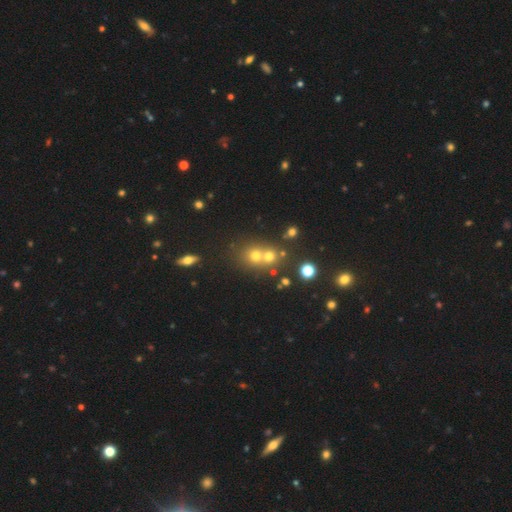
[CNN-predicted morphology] A smooth galaxy with no disk features (65%) that is round (80%).

Vote fractions:
- Smooth or featured? smooth: 65% / star or artifact: 20% / featured or disk: 15%
- How rounded? round: 80% / in between: 19% / cigar-shaped: 1%
- Merging? merger: 52% / none: 40% / minor disturbance: 6% / major disturbance: 3%